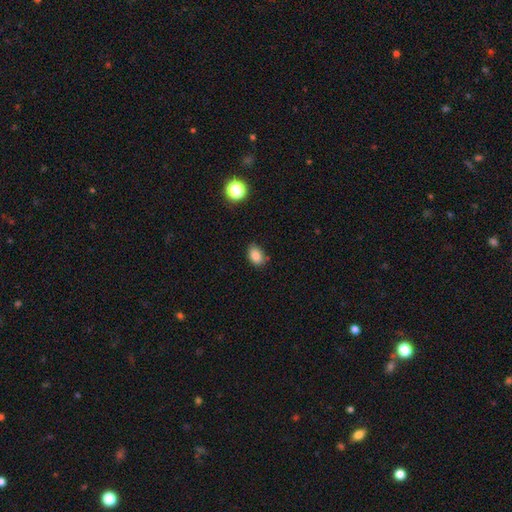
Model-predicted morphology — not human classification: Smooth or featured? smooth (85%)
How rounded? in between (83%)
Merging? none (80%)